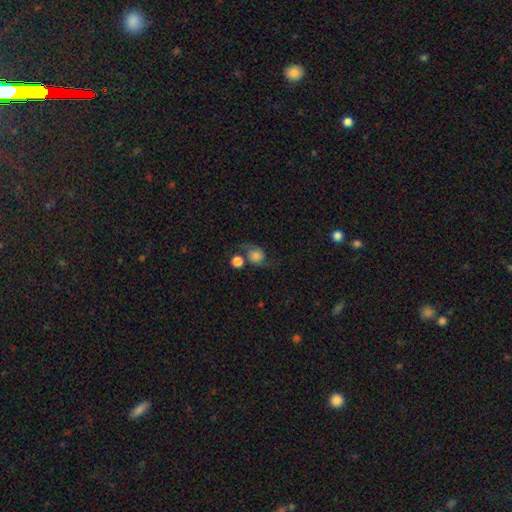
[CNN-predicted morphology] Smooth or featured? Predicted: featured or disk (p=0.53). Edge-on disk? Predicted: no (p=0.96). Bar? Predicted: no (p=0.76). Spiral arms? Predicted: yes (p=0.90). Bulge size? Predicted: small (p=0.27). Merging? Predicted: none (p=0.53).